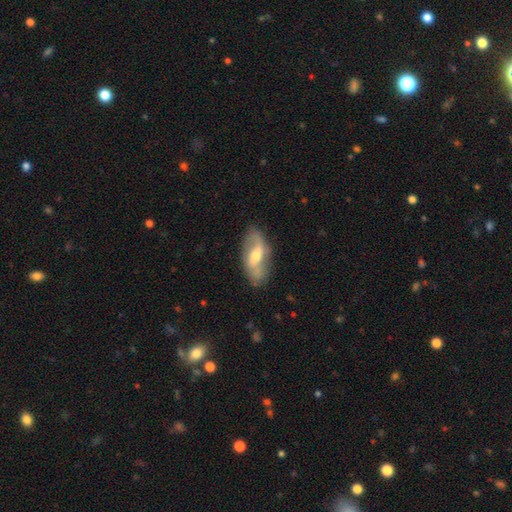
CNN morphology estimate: featured or disk 65%, smooth 29%, star or artifact 7%. Down the decision tree: edge-on disk — no (87%); bar — weak (45%); spiral arms — yes (77%); bulge size — moderate (64%); merging — none (79%).